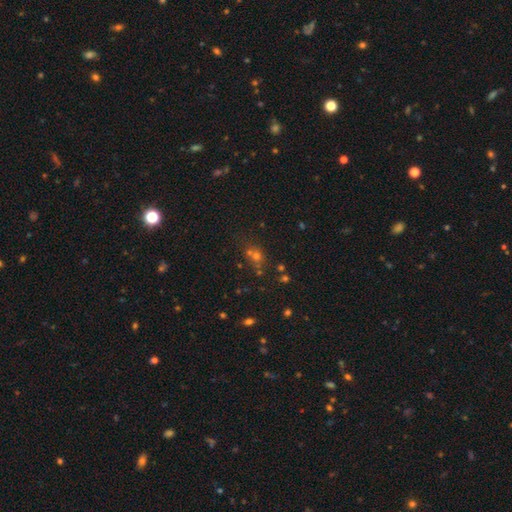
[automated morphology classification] smooth 47%, star or artifact 40%, featured or disk 13%. Down the decision tree: merging — none (54%).